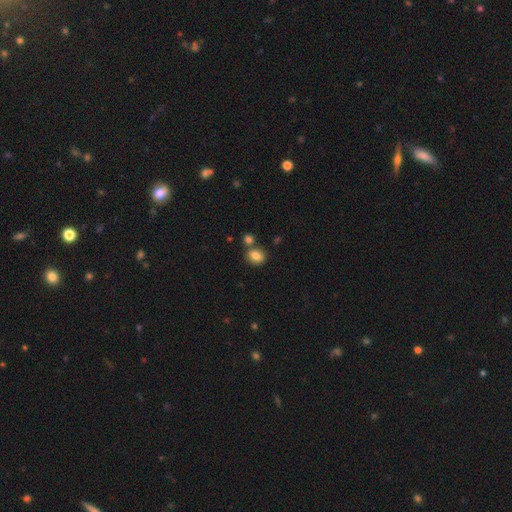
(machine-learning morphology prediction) Smooth or featured: smooth — 82% (star or artifact — 10%)
How rounded: in between — 50% (round — 49%)
Merging: none — 68% (merger — 19%)